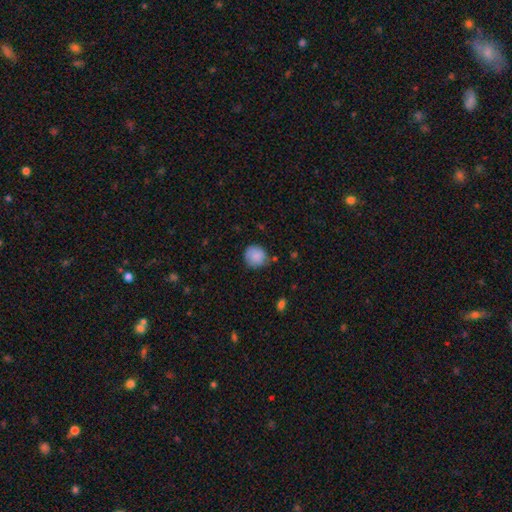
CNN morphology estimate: smooth-or-featured: smooth: 88% | star or artifact: 8% | featured or disk: 4%
  how-rounded: round: 87% | in between: 12% | cigar-shaped: 1%
  merging: none: 76% | minor disturbance: 18% | major disturbance: 4% | merger: 3%